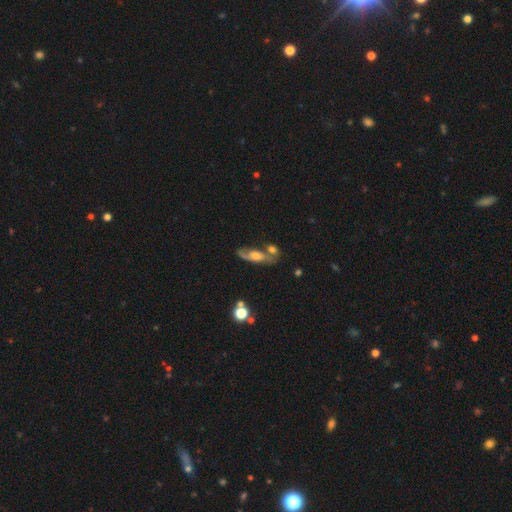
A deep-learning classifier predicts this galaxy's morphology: This appears to be a featured or disk galaxy (60%). Merging: none (49%).